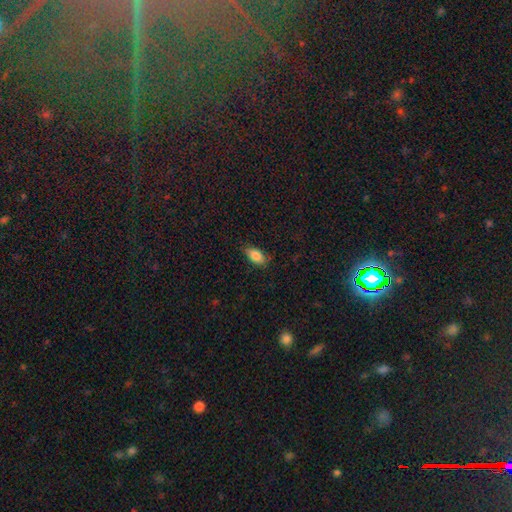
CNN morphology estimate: A smooth galaxy with no disk features (85%) that is in between round and cigar-shaped (92%). Merging: none (80%).